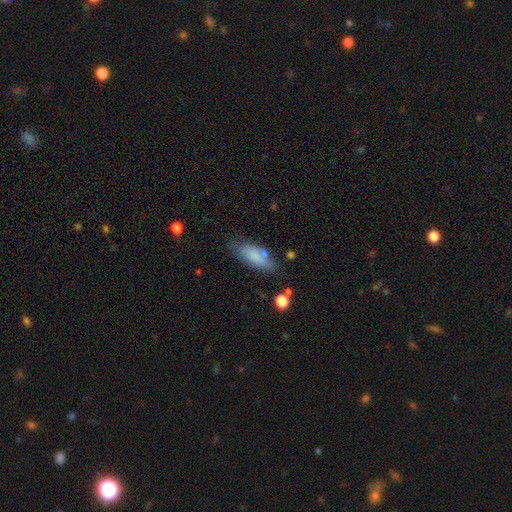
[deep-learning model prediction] A smooth galaxy with no disk features (78%) that is in between round and cigar-shaped (77%). Merging: none (62%).